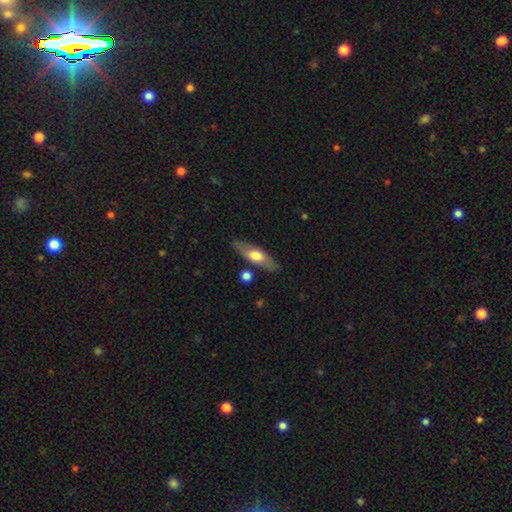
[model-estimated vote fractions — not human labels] A smooth galaxy with no disk features (50%) that is in between round and cigar-shaped (50%).

Vote fractions:
- Smooth or featured? smooth: 50% / featured or disk: 44% / star or artifact: 5%
- How rounded? in between: 50% / cigar-shaped: 46% / round: 3%
- Merging? none: 81% / minor disturbance: 12% / merger: 4% / major disturbance: 3%